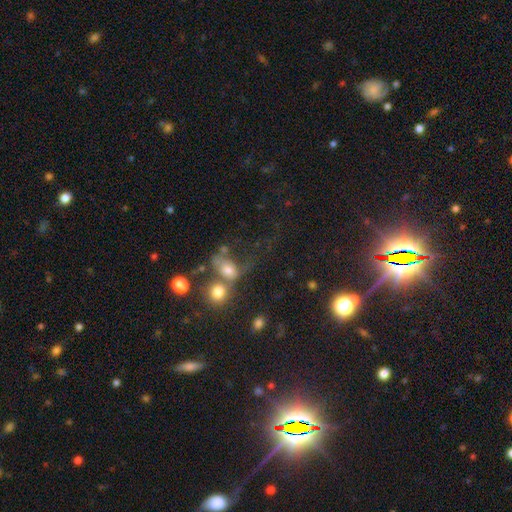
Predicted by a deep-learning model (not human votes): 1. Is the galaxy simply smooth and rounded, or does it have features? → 57% star or artifact, 25% smooth, 19% featured or disk.